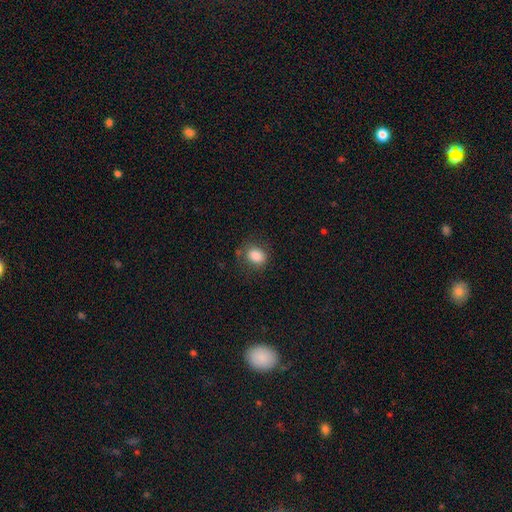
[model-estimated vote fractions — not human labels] Smooth or featured? Predicted: smooth (p=0.85). How rounded? Predicted: in between (p=0.53). Merging? Predicted: none (p=0.74).